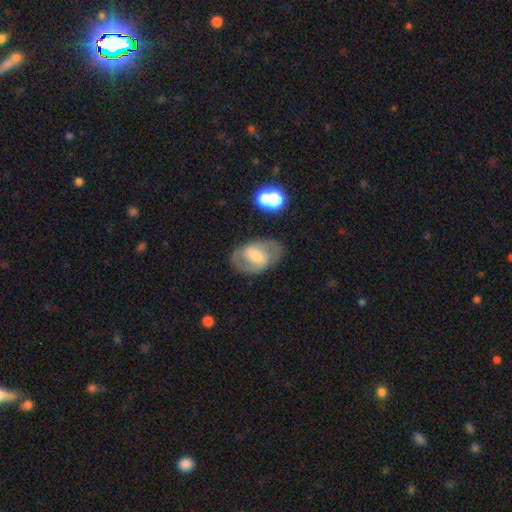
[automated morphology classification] Smooth or featured: featured or disk — 67% (smooth — 26%)
Edge-on disk: no — 95% (yes — 5%)
Bar: weak — 48% (strong — 28%)
Spiral arms: yes — 78% (no — 22%)
Bulge size: moderate — 53% (small — 33%)
Merging: none — 78% (minor disturbance — 14%)